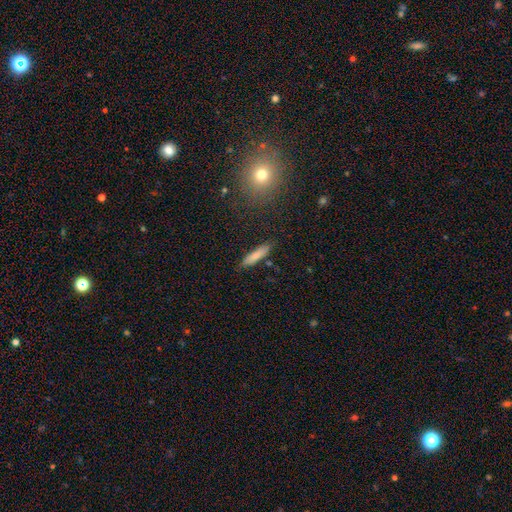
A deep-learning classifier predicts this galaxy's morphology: Smooth or featured? smooth (81%)
How rounded? cigar-shaped (79%)
Merging? none (83%)